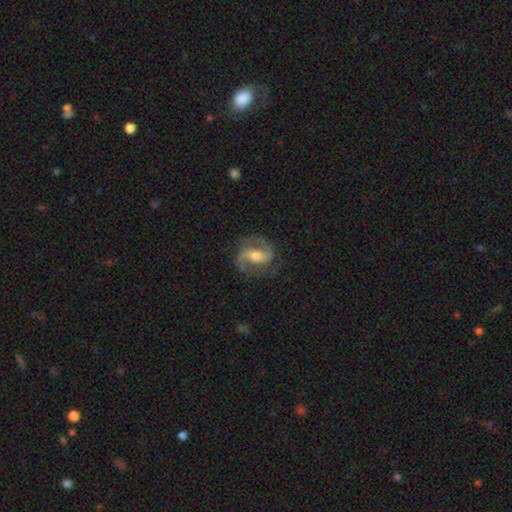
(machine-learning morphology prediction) Overall: featured or disk (86%). Edge-on disk: no (97%). Bar: weak (41%; strong 33%). Spiral arms: yes (96%). Spiral arm count: 2 (91%). Spiral winding: medium (56%; loose 24%). Bulge size: moderate (66%; small 26%). Merging: none (77%).